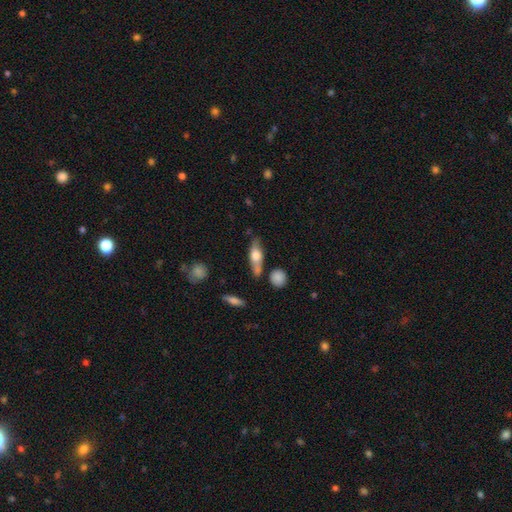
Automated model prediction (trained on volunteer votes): smooth 54%, featured or disk 40%, star or artifact 6%. Down the decision tree: how rounded — in between (53%); merging — none (63%).